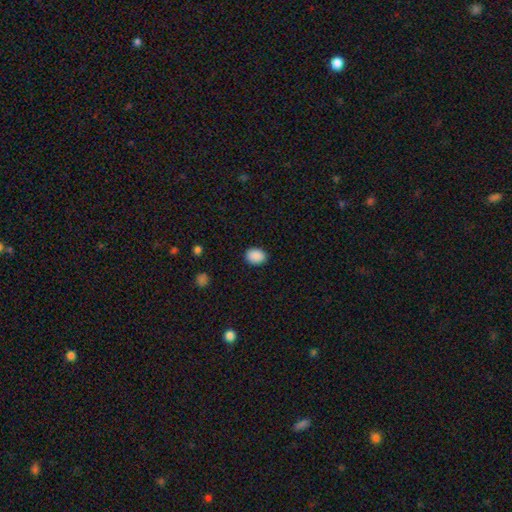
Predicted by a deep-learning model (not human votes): Smooth or featured? smooth (90%)
How rounded? in between (62%)
Merging? none (89%)